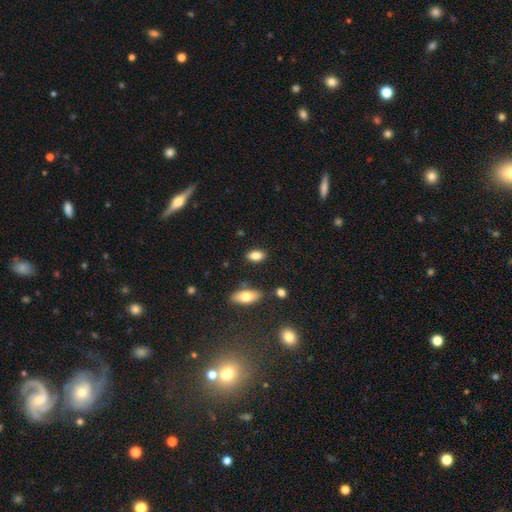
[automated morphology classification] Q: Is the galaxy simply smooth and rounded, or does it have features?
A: smooth — 84%.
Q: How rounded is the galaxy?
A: in between — 88%.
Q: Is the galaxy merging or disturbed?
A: none — 84%.